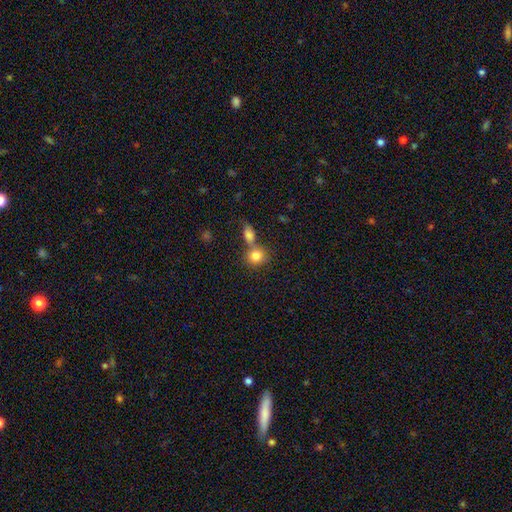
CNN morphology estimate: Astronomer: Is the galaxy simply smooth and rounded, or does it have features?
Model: smooth — 82%.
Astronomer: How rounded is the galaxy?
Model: round — 75%.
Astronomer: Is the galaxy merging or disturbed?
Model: none — 49% (runner-up: merger, 39%).